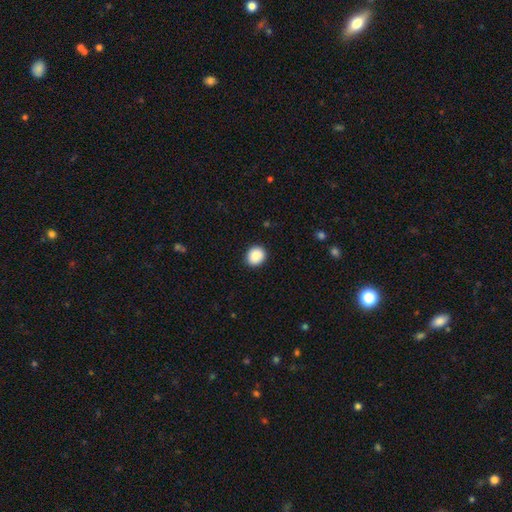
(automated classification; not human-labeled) Morphology: type=smooth (89%); roundness=round (76%); merging=none (91%).